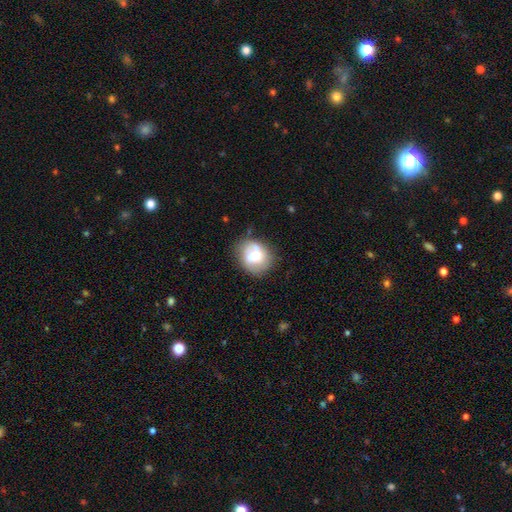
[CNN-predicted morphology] Smooth or featured?
  - smooth: 57% *
  - featured or disk: 34%
  - star or artifact: 8%
How rounded?
  - round: 66% *
  - in between: 33%
  - cigar-shaped: 1%
Merging?
  - none: 53% *
  - minor disturbance: 23%
  - merger: 15%
  - major disturbance: 9%